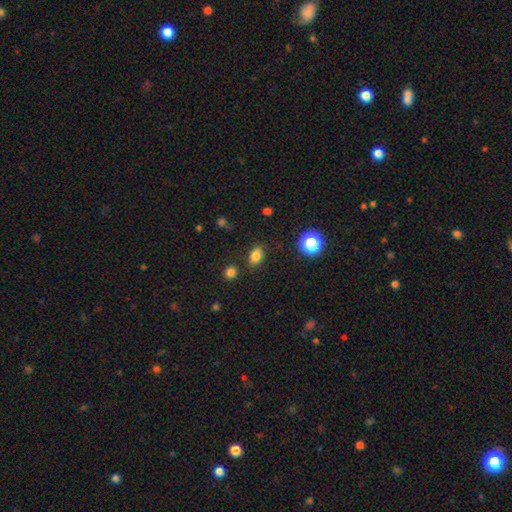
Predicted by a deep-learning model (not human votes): Smooth or featured?
  - smooth: 80% *
  - star or artifact: 13%
  - featured or disk: 7%
How rounded?
  - in between: 81% *
  - round: 17%
  - cigar-shaped: 2%
Merging?
  - none: 83% *
  - minor disturbance: 11%
  - merger: 3%
  - major disturbance: 3%